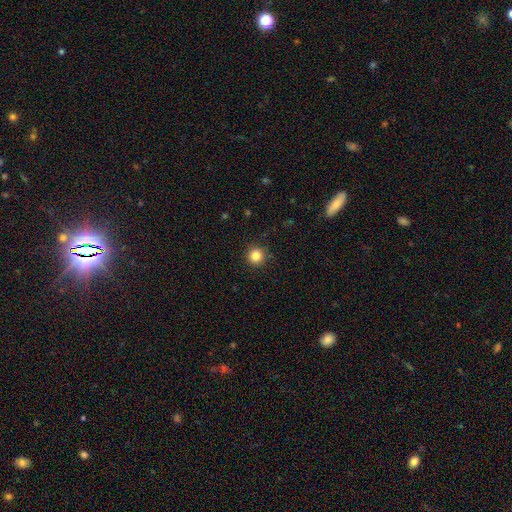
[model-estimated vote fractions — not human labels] smooth 84%, star or artifact 11%, featured or disk 5%. Down the decision tree: how rounded — round (95%); merging — none (91%).